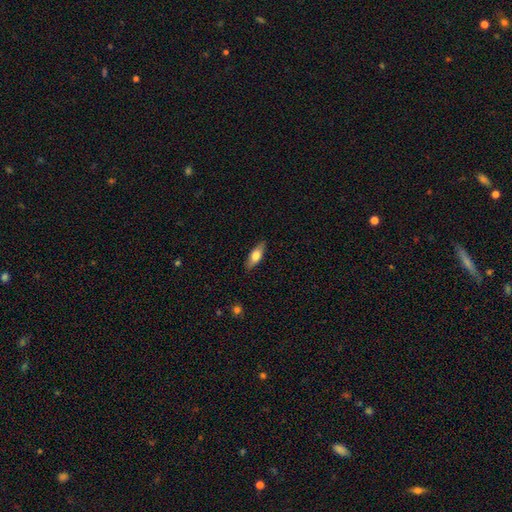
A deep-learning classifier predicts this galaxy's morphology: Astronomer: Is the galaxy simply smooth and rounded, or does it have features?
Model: smooth — 70%.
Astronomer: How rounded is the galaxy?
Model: in between — 70%.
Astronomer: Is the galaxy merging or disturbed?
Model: none — 85%.